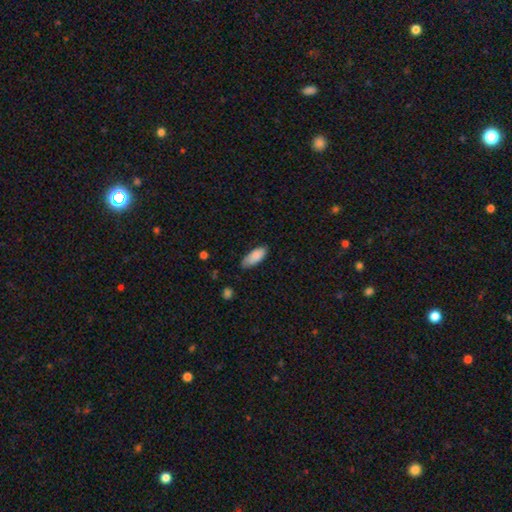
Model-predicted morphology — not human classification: Smooth or featured?
  - smooth: 85% *
  - featured or disk: 8%
  - star or artifact: 6%
How rounded?
  - in between: 82% *
  - cigar-shaped: 16%
  - round: 2%
Merging?
  - none: 68% *
  - minor disturbance: 26%
  - major disturbance: 4%
  - merger: 2%